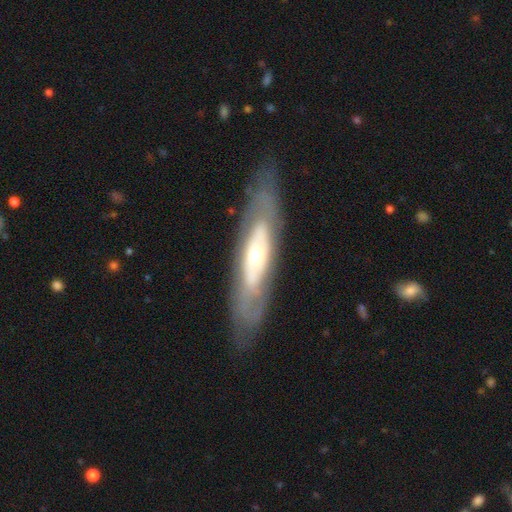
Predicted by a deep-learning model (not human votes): Smooth or featured: featured or disk — 72% (smooth — 23%)
Edge-on disk: no — 68% (yes — 32%)
Merging: none — 81% (minor disturbance — 12%)